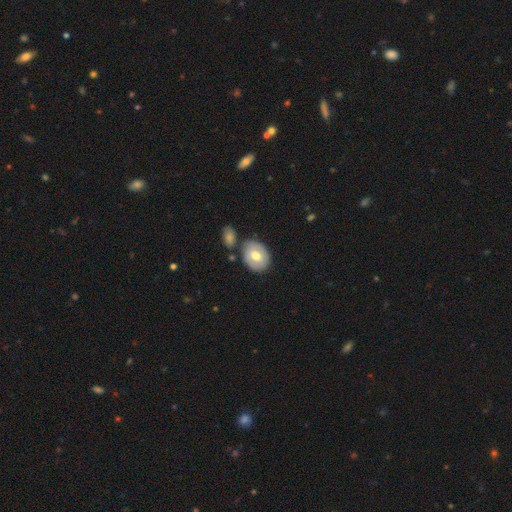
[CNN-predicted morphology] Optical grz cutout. It shows a smooth galaxy with no disk features (64%) that is in between round and cigar-shaped (61%). Merging: none (70%).